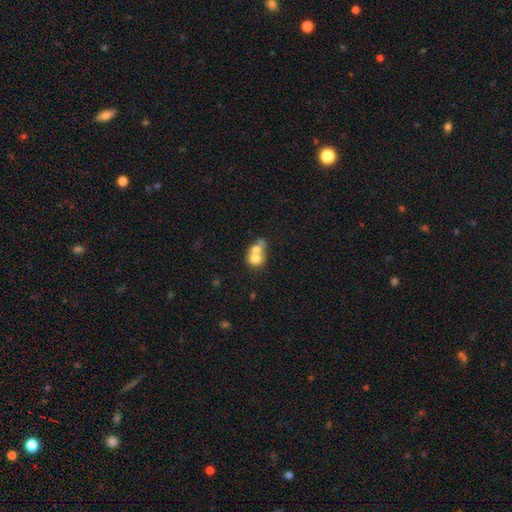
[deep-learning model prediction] A smooth galaxy with no disk features (67%) that is round (64%). Merging: merger (69%).